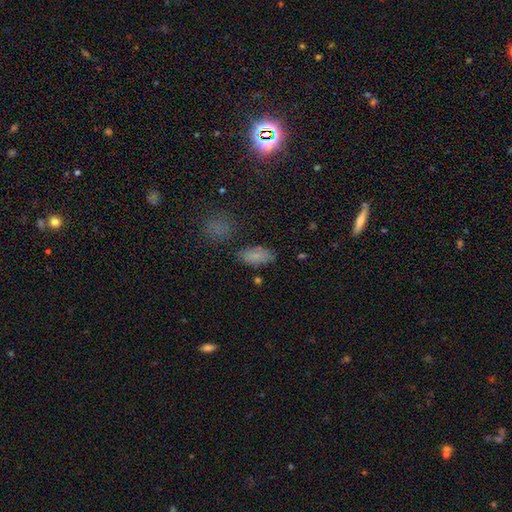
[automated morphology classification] Smooth or featured: smooth — 78% (star or artifact — 13%)
How rounded: in between — 91% (cigar-shaped — 5%)
Merging: none — 74% (minor disturbance — 17%)